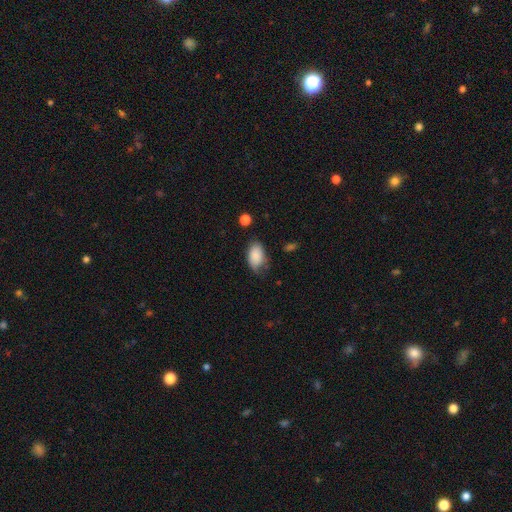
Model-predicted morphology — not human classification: A smooth galaxy with no disk features (86%) that is in between round and cigar-shaped (91%). Merging: none (57%).